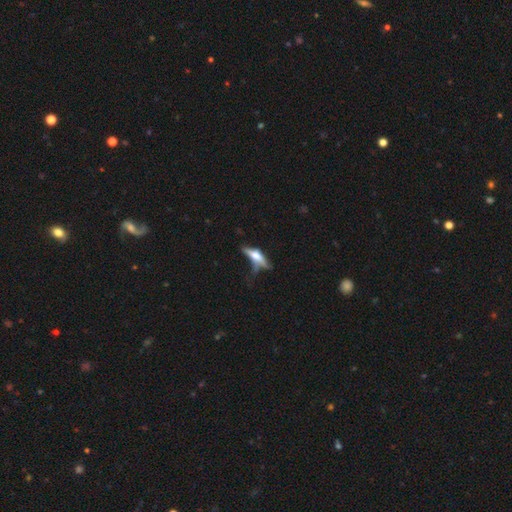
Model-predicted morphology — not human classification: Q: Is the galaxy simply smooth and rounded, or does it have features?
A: featured or disk — 47%.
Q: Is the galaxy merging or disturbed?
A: none — 34%.